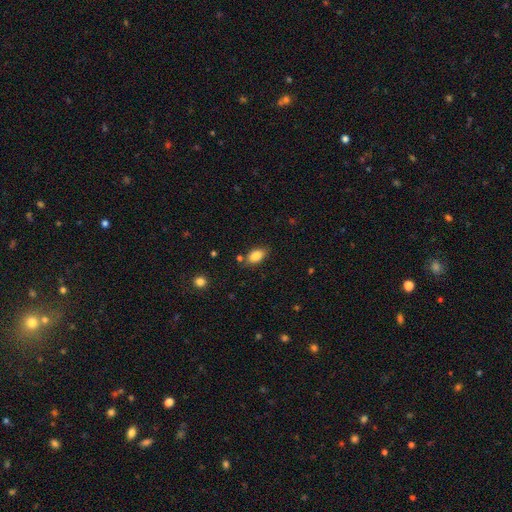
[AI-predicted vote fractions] smooth 85%, star or artifact 8%, featured or disk 7%. Down the decision tree: how rounded — in between (89%); merging — none (78%).